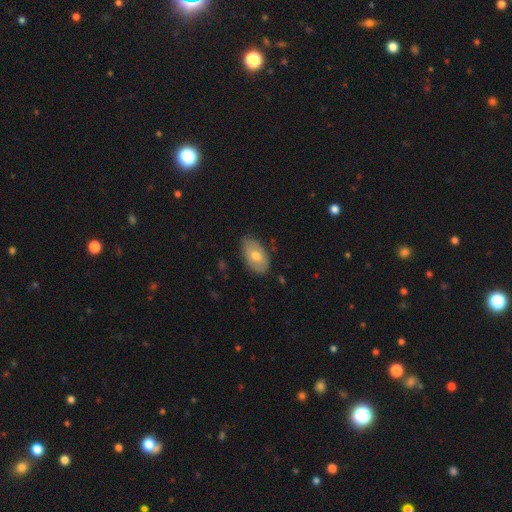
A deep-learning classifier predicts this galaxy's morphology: type=smooth (62%); roundness=in between (93%); merging=none (75%).